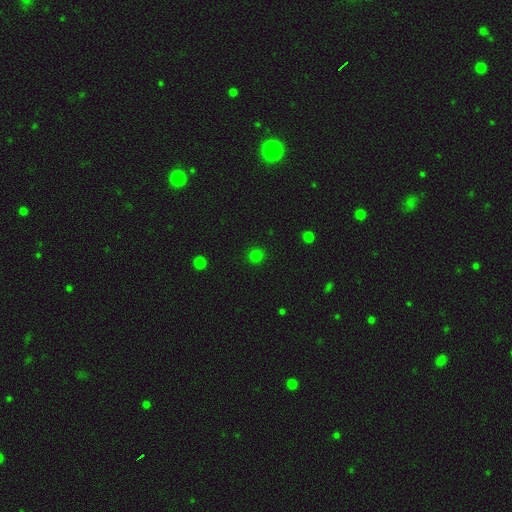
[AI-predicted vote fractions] A smooth galaxy with no disk features (78%) that is round (93%).

Vote fractions:
- Smooth or featured? smooth: 78% / star or artifact: 18% / featured or disk: 4%
- How rounded? round: 93% / in between: 6% / cigar-shaped: 1%
- Merging? none: 91% / minor disturbance: 6% / major disturbance: 2% / merger: 1%